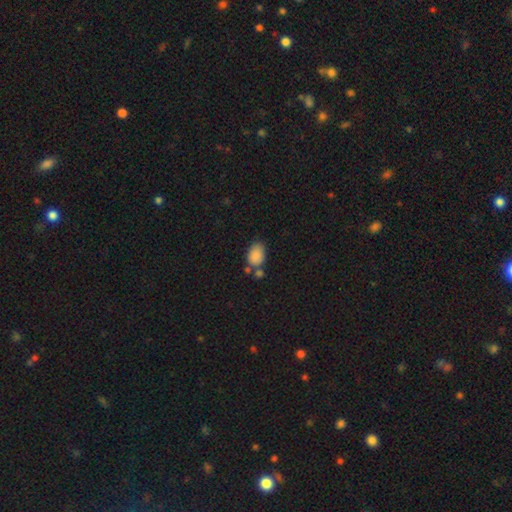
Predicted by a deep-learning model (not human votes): Overall: smooth (86%). How rounded: in between (83%). Merging: none (54%; merger 21%).